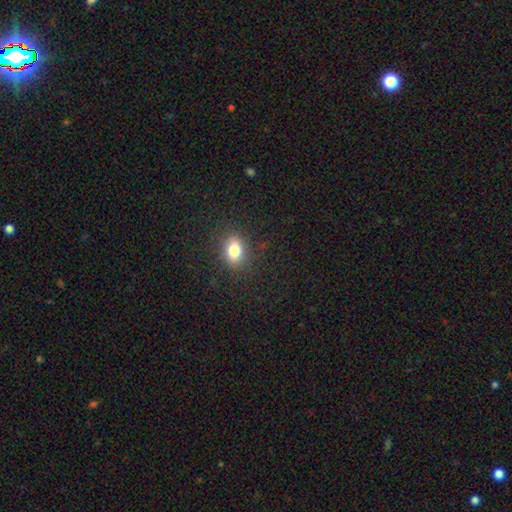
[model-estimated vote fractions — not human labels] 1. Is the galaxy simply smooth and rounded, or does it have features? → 69% smooth, 24% star or artifact, 7% featured or disk.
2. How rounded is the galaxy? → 62% round, 36% in between, 2% cigar-shaped.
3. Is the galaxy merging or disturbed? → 91% none, 6% minor disturbance, 2% major disturbance, 1% merger.